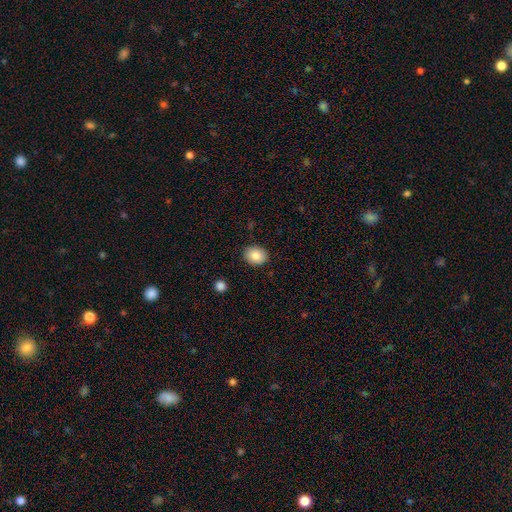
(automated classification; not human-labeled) A smooth galaxy with no disk features (86%) that is in between round and cigar-shaped (59%).

Vote fractions:
- Smooth or featured? smooth: 86% / star or artifact: 8% / featured or disk: 7%
- How rounded? in between: 59% / round: 40% / cigar-shaped: 1%
- Merging? none: 89% / minor disturbance: 8% / major disturbance: 2% / merger: 1%